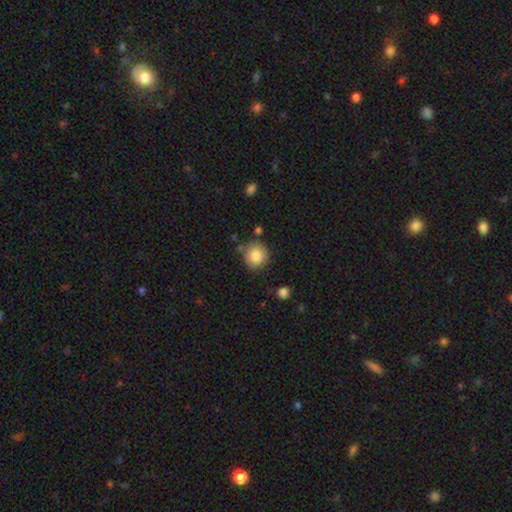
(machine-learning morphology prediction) Smooth or featured: smooth — 84% (star or artifact — 9%)
How rounded: round — 91% (in between — 8%)
Merging: none — 79% (minor disturbance — 13%)